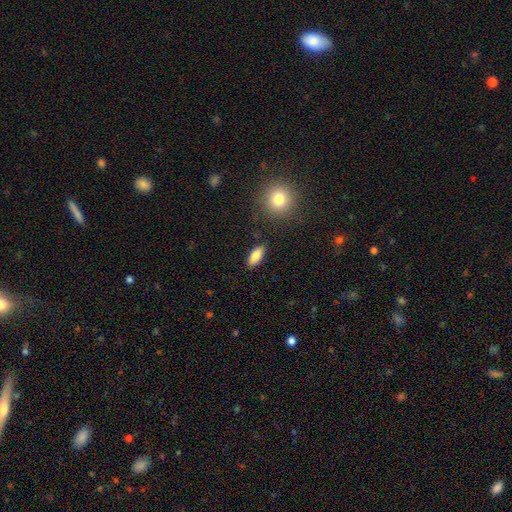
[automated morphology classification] smooth_or_featured: smooth (p=0.84) [alt: featured or disk p=0.09]
how_rounded: in between (p=0.78) [alt: cigar-shaped p=0.19]
merging: none (p=0.87) [alt: minor disturbance p=0.09]